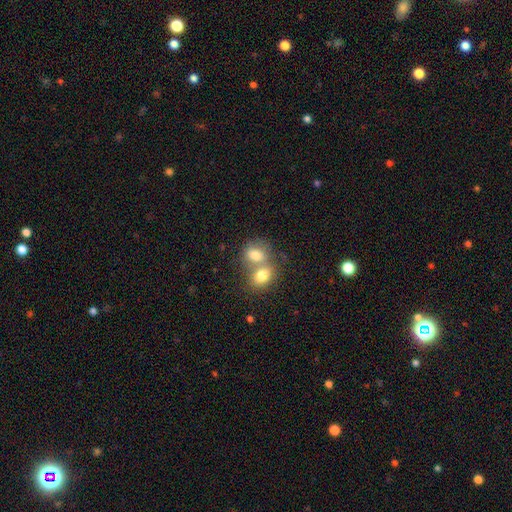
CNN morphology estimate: Smooth or featured? Predicted: smooth (p=0.74). How rounded? Predicted: in between (p=0.50). Merging? Predicted: merger (p=0.67).